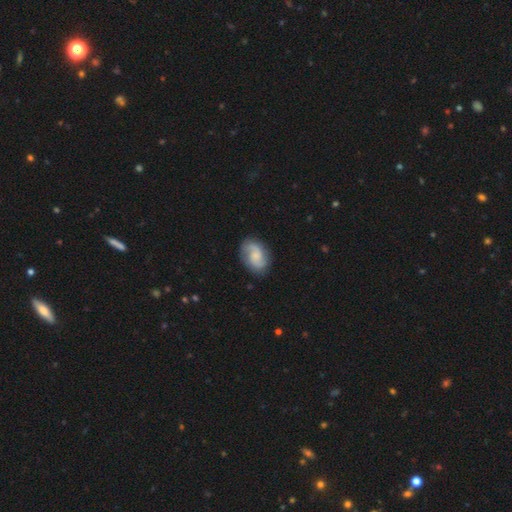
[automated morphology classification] A featured or disk galaxy (66%) with no bar (59%), 2 (86%) medium (46%) spiral arms (94%) and a small central bulge (40%).

Vote fractions:
- Smooth or featured? featured or disk: 66% / smooth: 27% / star or artifact: 6%
- Edge-on disk? no: 97% / yes: 3%
- Bar? no: 59% / weak: 36% / strong: 6%
- Spiral arms? yes: 94% / no: 6%
- Spiral winding? medium: 46% / loose: 33% / tight: 21%
- Spiral arm count? 2: 86% / can't tell: 6% / 1: 3% / 3: 2% / 4: 1% / more than 4: 1%
- Bulge size? small: 40% / moderate: 28% / none: 23% / large: 6% / dominant: 2%
- Merging? none: 80% / minor disturbance: 14% / major disturbance: 4% / merger: 1%